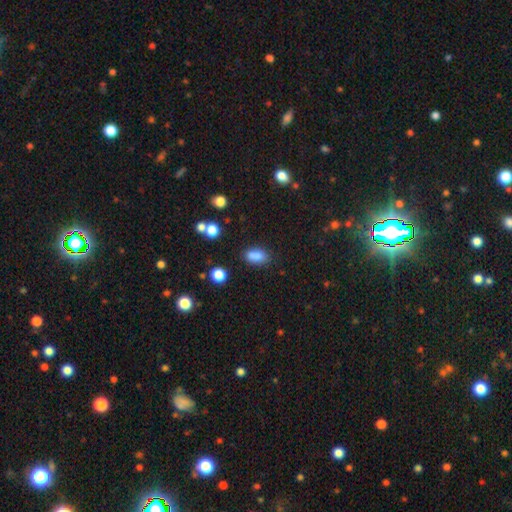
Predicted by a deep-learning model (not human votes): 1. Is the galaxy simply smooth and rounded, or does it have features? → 81% smooth, 12% star or artifact, 8% featured or disk.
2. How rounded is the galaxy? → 84% in between, 10% round, 6% cigar-shaped.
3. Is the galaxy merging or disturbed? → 66% none, 16% minor disturbance, 13% merger, 5% major disturbance.